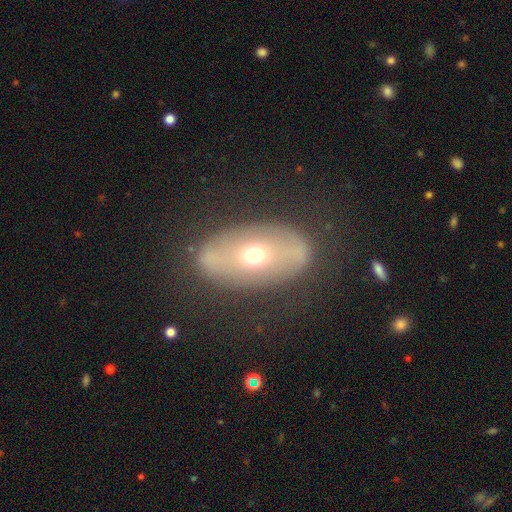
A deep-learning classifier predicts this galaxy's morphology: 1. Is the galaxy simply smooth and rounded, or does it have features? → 57% featured or disk, 35% smooth, 8% star or artifact.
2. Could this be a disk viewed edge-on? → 86% no, 14% yes.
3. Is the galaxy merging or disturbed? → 78% none, 13% minor disturbance, 7% major disturbance, 2% merger.